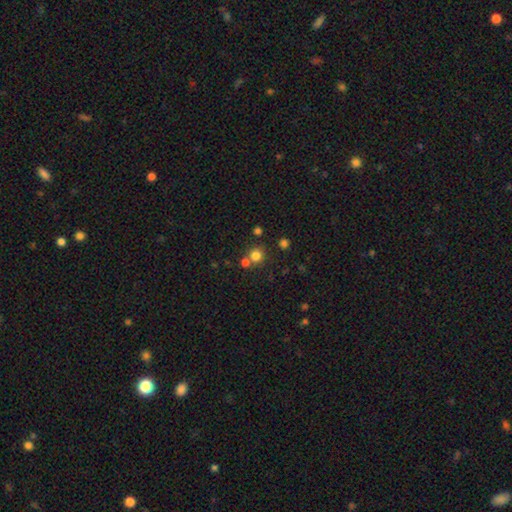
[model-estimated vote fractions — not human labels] smooth_or_featured: smooth (p=0.78) [alt: star or artifact p=0.15]
how_rounded: round (p=0.89) [alt: in between p=0.10]
merging: none (p=0.65) [alt: merger p=0.25]